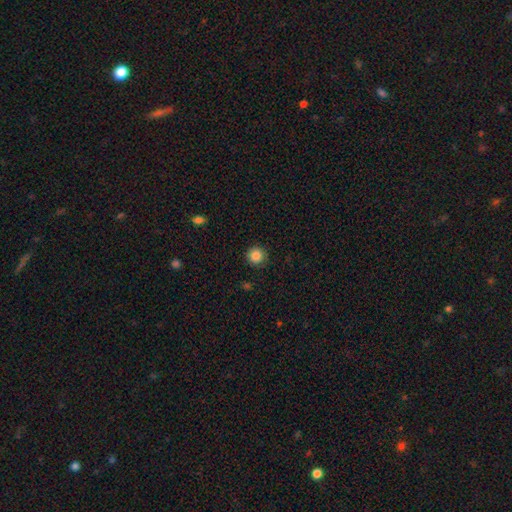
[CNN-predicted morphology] Smooth or featured? smooth (86%)
How rounded? round (95%)
Merging? none (91%)